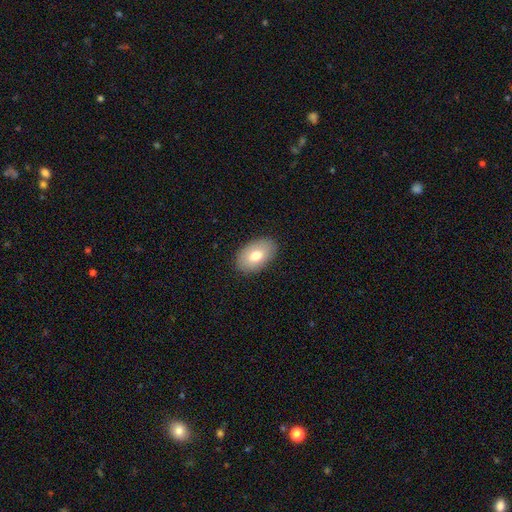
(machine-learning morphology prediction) type=smooth (75%); roundness=in between (92%); merging=none (87%).